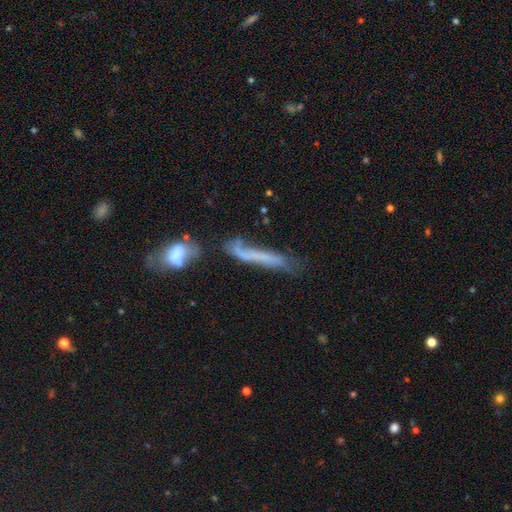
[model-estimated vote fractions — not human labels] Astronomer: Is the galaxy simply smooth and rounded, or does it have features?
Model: smooth — 46% (runner-up: featured or disk, 43%).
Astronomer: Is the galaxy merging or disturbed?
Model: none — 37% (runner-up: merger, 24%).